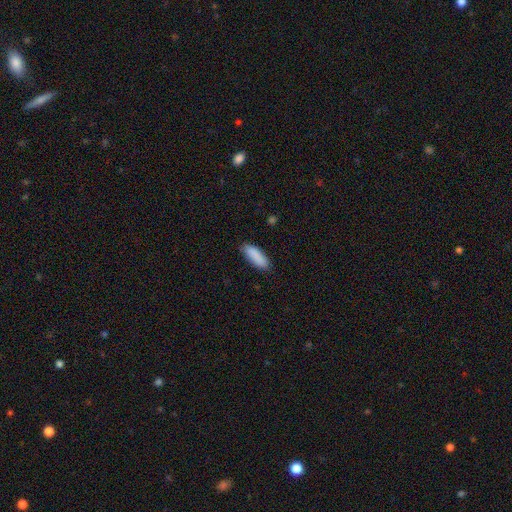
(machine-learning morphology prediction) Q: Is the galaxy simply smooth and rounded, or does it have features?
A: smooth — 89%.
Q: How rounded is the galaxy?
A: in between — 65%.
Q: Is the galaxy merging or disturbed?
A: none — 84%.